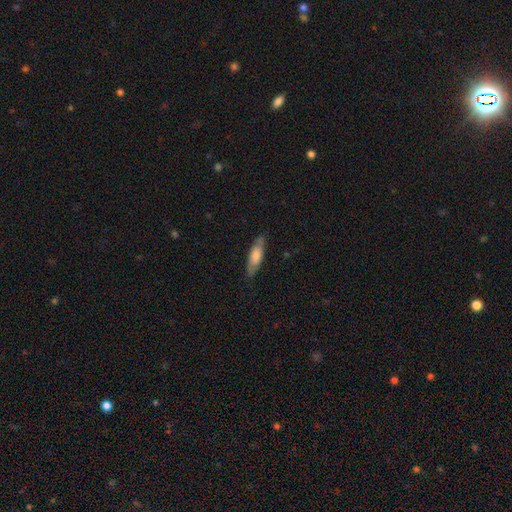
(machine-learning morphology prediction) smooth_or_featured: smooth (p=0.69) [alt: featured or disk p=0.25]
how_rounded: cigar-shaped (p=0.50) [alt: in between p=0.48]
merging: none (p=0.79) [alt: minor disturbance p=0.16]